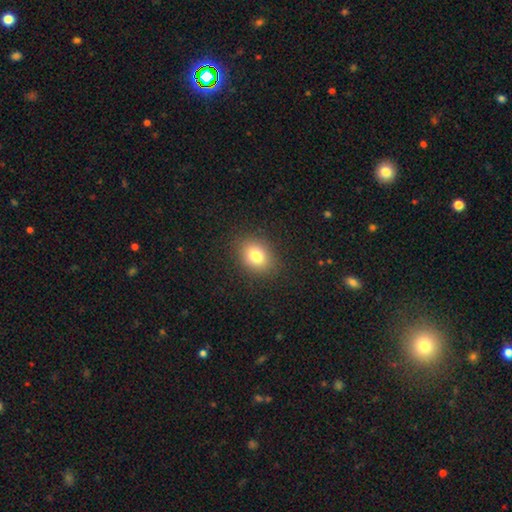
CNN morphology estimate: smooth-or-featured: smooth: 79% | star or artifact: 11% | featured or disk: 9%
  how-rounded: in between: 60% | round: 39% | cigar-shaped: 1%
  merging: none: 87% | minor disturbance: 9% | major disturbance: 3% | merger: 1%